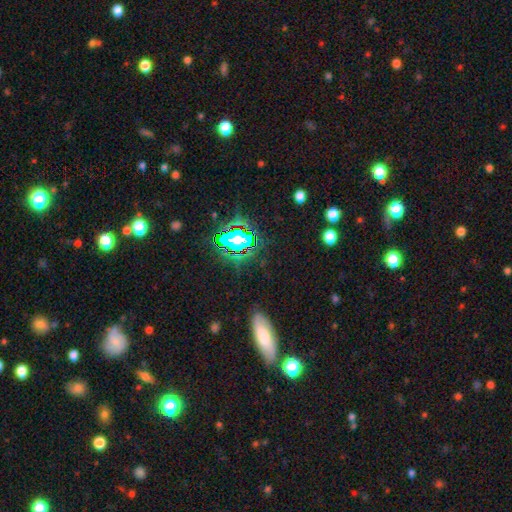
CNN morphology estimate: Smooth or featured? Predicted: star or artifact (p=0.62).